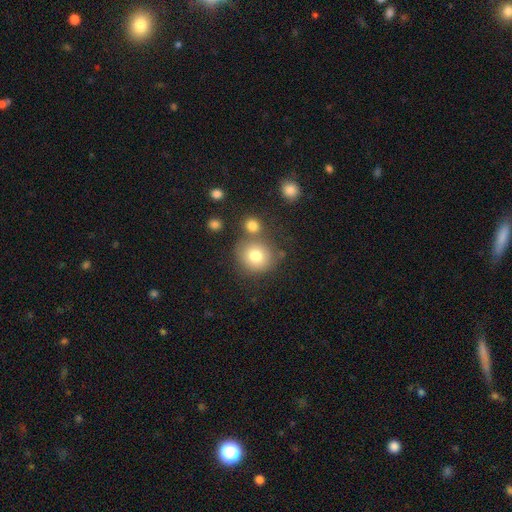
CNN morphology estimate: smooth_or_featured: smooth (p=0.76) [alt: featured or disk p=0.12]
how_rounded: round (p=0.86) [alt: in between p=0.13]
merging: none (p=0.67) [alt: merger p=0.17]